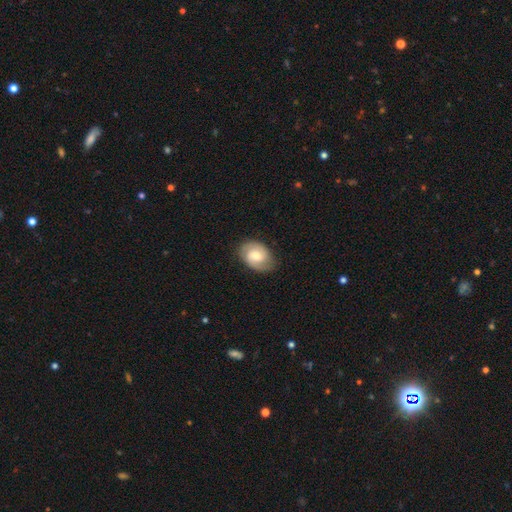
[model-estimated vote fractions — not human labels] The model was most divided on "spiral winding" (2-way tie): medium: 43%, tight: 43%, loose: 14%. More confident: edge-on disk — no (97%); spiral arms — yes (89%); spiral arm count — 2 (85%); merging — none (80%); bulge size — moderate (62%); smooth or featured — featured or disk (61%); bar — no (53%).